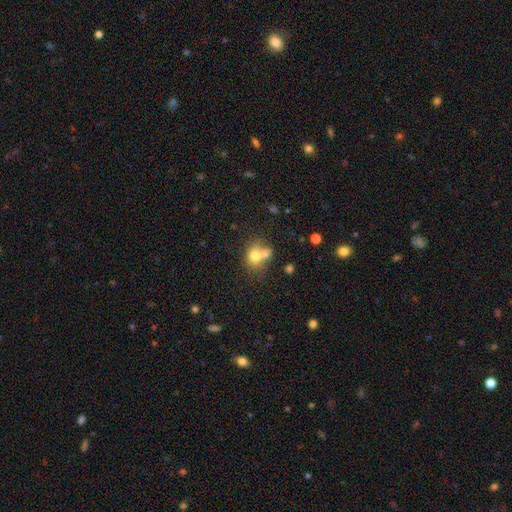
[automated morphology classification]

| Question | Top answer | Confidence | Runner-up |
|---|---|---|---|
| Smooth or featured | smooth | 73% | featured or disk (16%) |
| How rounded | round | 61% | in between (38%) |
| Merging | merger | 43% | none (38%) |